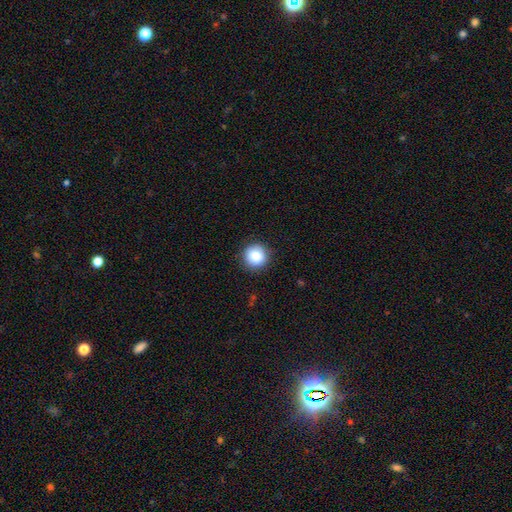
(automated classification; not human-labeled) smooth 84%, star or artifact 9%, featured or disk 7%. Down the decision tree: how rounded — round (95%); merging — none (89%).